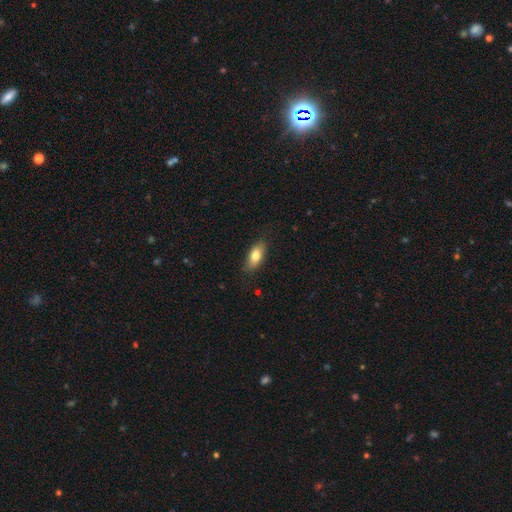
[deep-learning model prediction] A smooth galaxy with no disk features (76%) that is in between round and cigar-shaped (83%). Merging: none (81%).